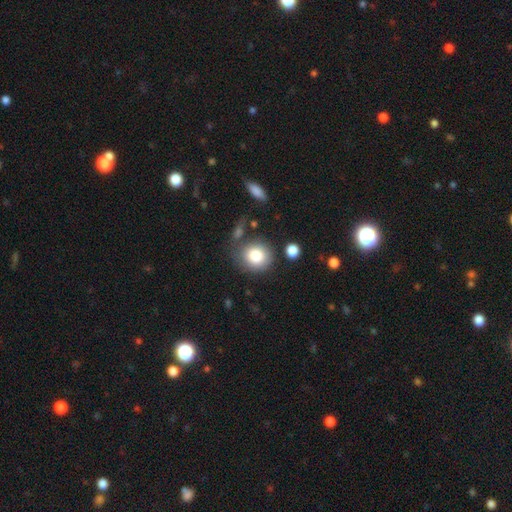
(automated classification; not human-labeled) smooth_or_featured: smooth (p=0.82) [alt: featured or disk p=0.09]
how_rounded: round (p=0.83) [alt: in between p=0.16]
merging: none (p=0.67) [alt: minor disturbance p=0.17]